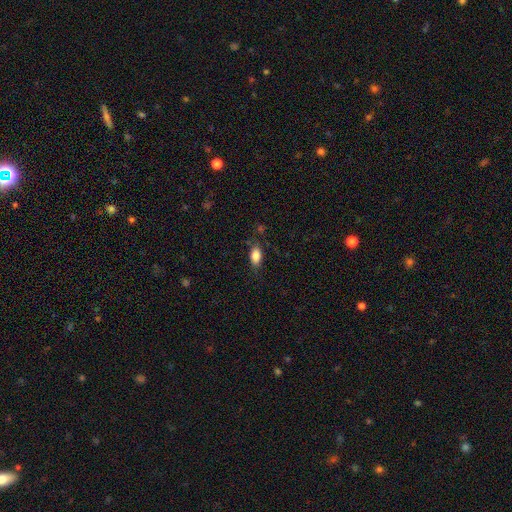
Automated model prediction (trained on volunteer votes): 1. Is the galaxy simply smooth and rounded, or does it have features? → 84% smooth, 8% star or artifact, 8% featured or disk.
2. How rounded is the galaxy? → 89% in between, 7% round, 5% cigar-shaped.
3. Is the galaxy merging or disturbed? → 78% none, 16% minor disturbance, 4% major disturbance, 2% merger.